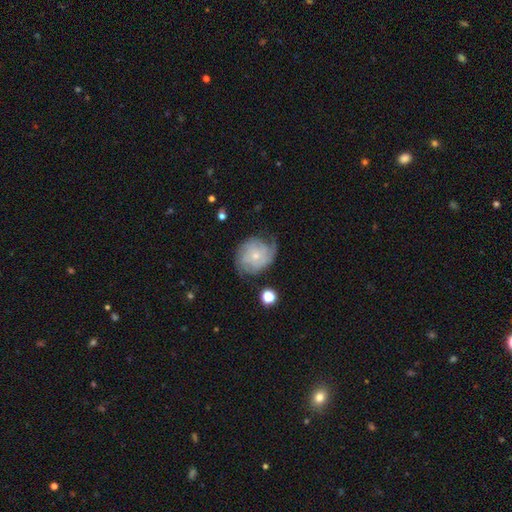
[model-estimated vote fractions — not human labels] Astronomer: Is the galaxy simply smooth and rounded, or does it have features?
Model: featured or disk — 72%.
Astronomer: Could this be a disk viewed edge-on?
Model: no — 97%.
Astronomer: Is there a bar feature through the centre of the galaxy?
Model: no — 79%.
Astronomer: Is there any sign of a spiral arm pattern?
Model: yes — 91%.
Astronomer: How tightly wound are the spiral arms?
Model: tight — 57%.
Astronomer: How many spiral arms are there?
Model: can't tell — 39% (runner-up: 2, 21%).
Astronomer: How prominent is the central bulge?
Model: small — 72%.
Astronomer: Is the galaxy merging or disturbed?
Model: none — 61%.